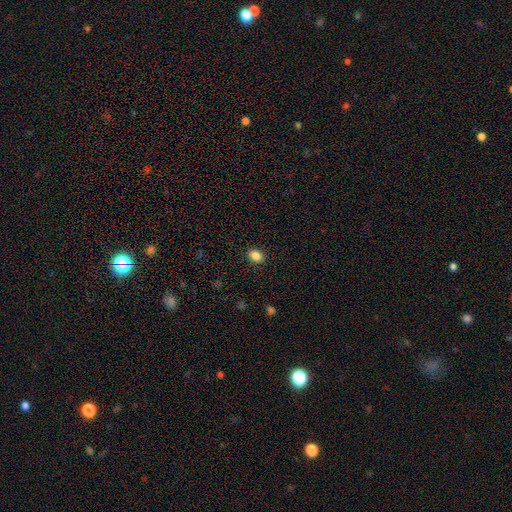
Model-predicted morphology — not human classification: Overall: smooth (85%). How rounded: in between (55%; round 45%). Merging: none (90%).